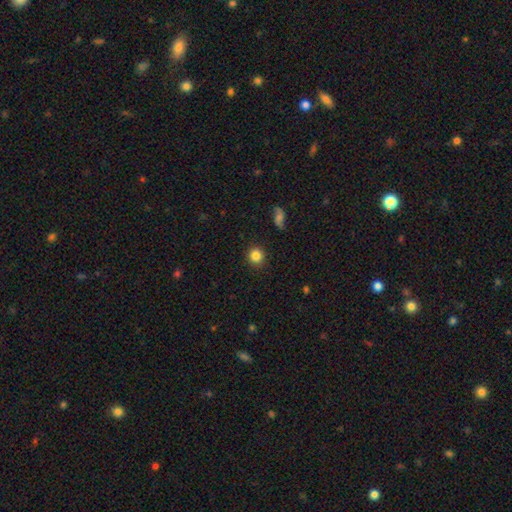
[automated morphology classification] Smooth or featured? smooth (84%)
How rounded? round (90%)
Merging? none (90%)